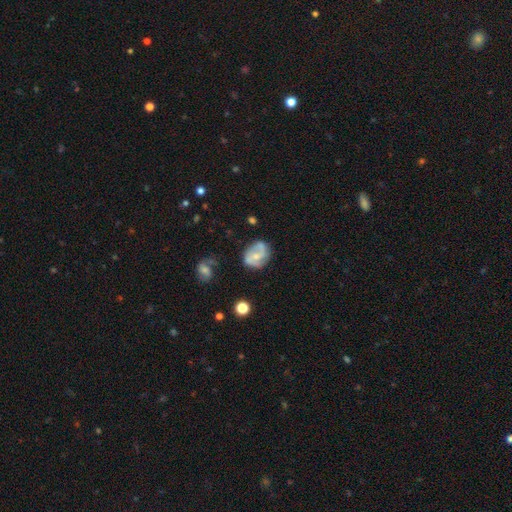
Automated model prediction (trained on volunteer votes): Smooth or featured?
  - featured or disk: 64% *
  - smooth: 29%
  - star or artifact: 7%
Edge-on disk?
  - no: 97% *
  - yes: 3%
Bar?
  - weak: 43% *
  - no: 42%
  - strong: 15%
Spiral arms?
  - yes: 81% *
  - no: 19%
Spiral winding?
  - medium: 44% *
  - loose: 33%
  - tight: 22%
Spiral arm count?
  - 2: 80% *
  - can't tell: 11%
  - 1: 4%
  - 3: 2%
  - 4: 1%
  - more than 4: 1%
Bulge size?
  - small: 49% *
  - moderate: 43%
  - none: 6%
  - large: 2%
  - dominant: 1%
Merging?
  - none: 66% *
  - minor disturbance: 22%
  - major disturbance: 8%
  - merger: 3%